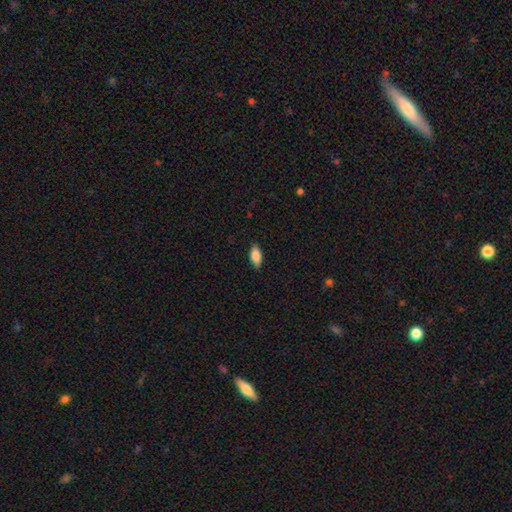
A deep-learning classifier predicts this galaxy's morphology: smooth_or_featured: smooth (p=0.84) [alt: featured or disk p=0.10]
how_rounded: in between (p=0.86) [alt: cigar-shaped p=0.12]
merging: none (p=0.86) [alt: minor disturbance p=0.11]